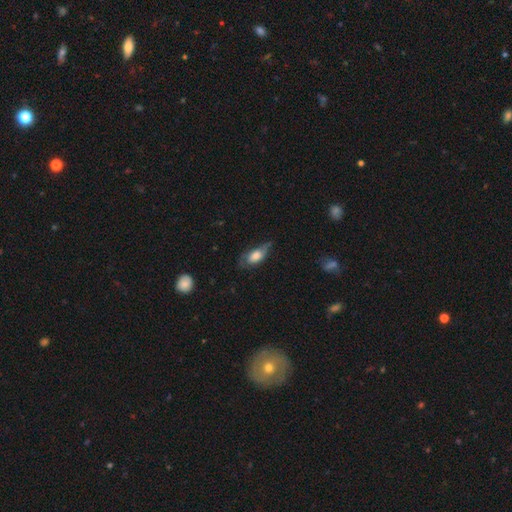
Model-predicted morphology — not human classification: smooth-or-featured: smooth: 57% | featured or disk: 35% | star or artifact: 7%
  how-rounded: in between: 85% | cigar-shaped: 11% | round: 5%
  merging: none: 48% | minor disturbance: 33% | major disturbance: 17% | merger: 2%